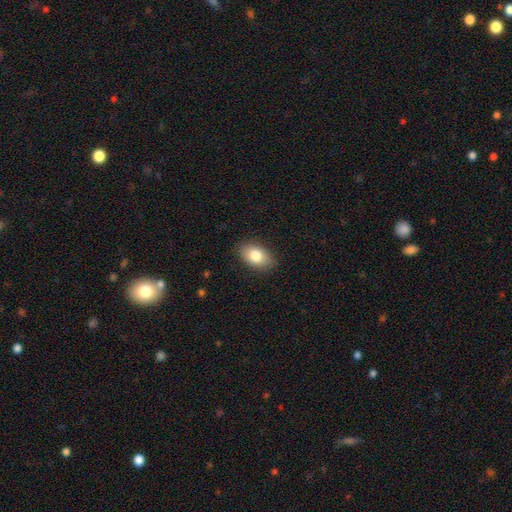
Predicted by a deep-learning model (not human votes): Q: Smooth or featured?
A: smooth (82%); runner-up: featured or disk (11%)
Q: How rounded?
A: in between (90%); runner-up: round (9%)
Q: Merging?
A: none (87%); runner-up: minor disturbance (10%)